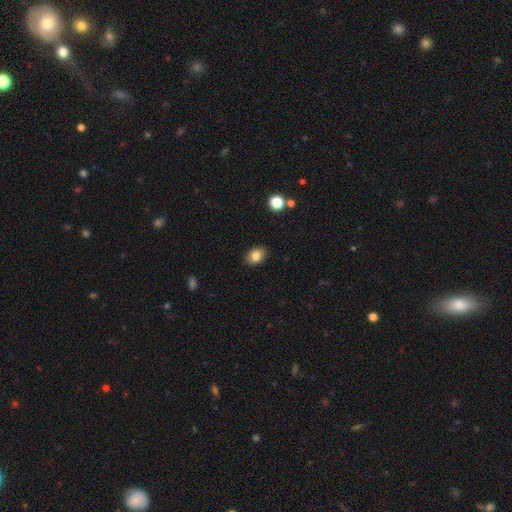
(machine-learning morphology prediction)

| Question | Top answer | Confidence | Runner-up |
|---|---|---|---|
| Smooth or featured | smooth | 84% | star or artifact (9%) |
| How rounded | in between | 68% | round (31%) |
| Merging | none | 87% | minor disturbance (9%) |